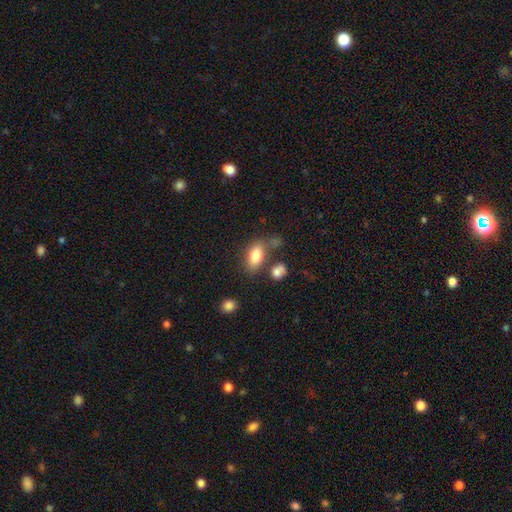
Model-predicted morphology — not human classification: smooth-or-featured: smooth: 81% | featured or disk: 11% | star or artifact: 8%
  how-rounded: in between: 88% | round: 7% | cigar-shaped: 4%
  merging: none: 61% | minor disturbance: 18% | merger: 15% | major disturbance: 7%